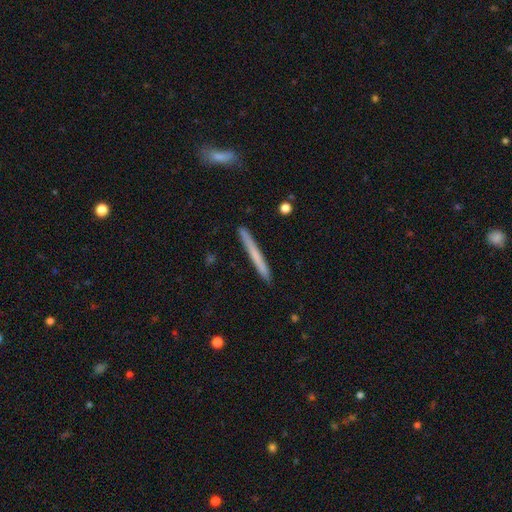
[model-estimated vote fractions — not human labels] Smooth or featured: smooth — 61% (featured or disk — 33%)
How rounded: cigar-shaped — 97% (in between — 2%)
Merging: none — 91% (minor disturbance — 6%)